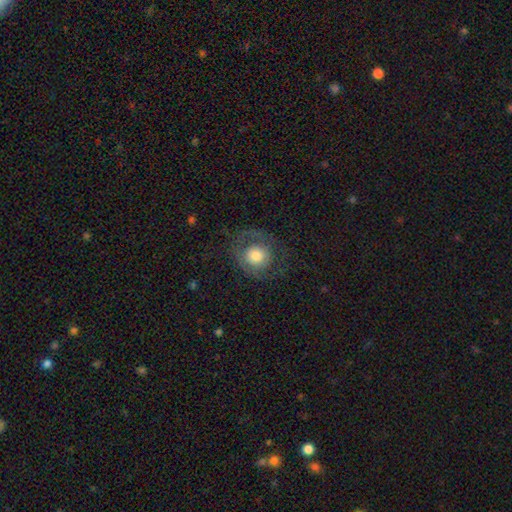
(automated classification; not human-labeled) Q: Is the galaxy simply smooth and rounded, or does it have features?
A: smooth — 51%.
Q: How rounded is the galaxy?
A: round — 83%.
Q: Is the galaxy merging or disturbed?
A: none — 62%.